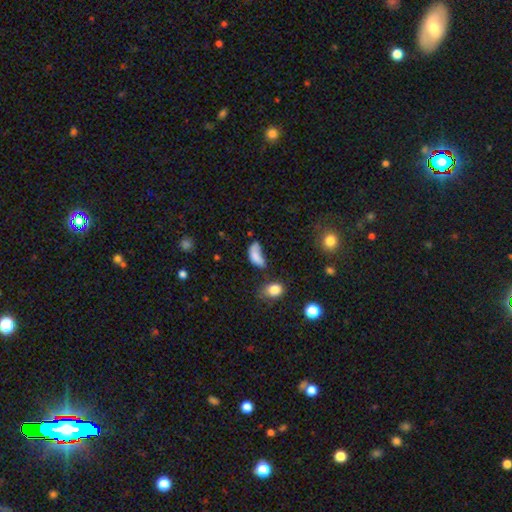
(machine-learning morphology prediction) This is likely a smooth galaxy (74%). How rounded: clearly in between (86%). Merging: marginally major disturbance (29%).